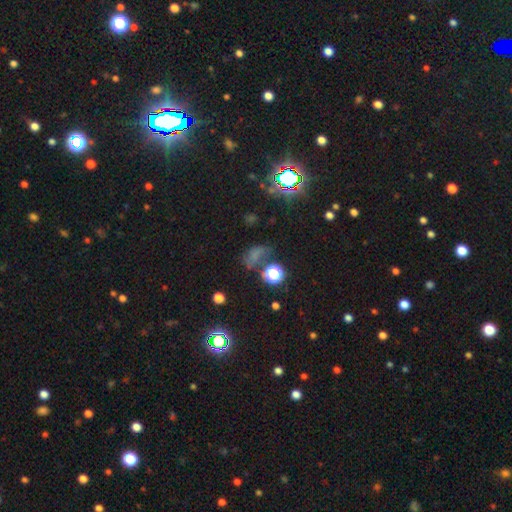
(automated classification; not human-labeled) Smooth or featured? star or artifact (45%)